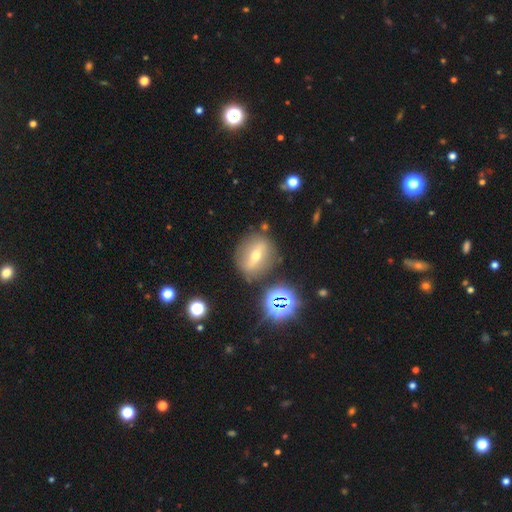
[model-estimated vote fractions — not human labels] Smooth or featured? Predicted: featured or disk (p=0.51). Edge-on disk? Predicted: no (p=0.78). Merging? Predicted: none (p=0.79).